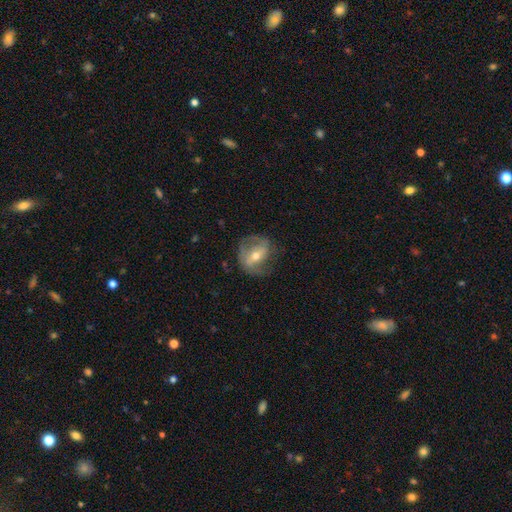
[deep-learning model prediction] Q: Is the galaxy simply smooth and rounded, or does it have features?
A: featured or disk — 64%.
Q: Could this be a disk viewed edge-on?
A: no — 94%.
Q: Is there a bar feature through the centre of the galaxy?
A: weak — 36%.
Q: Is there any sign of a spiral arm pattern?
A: yes — 68%.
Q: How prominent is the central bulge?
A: moderate — 63%.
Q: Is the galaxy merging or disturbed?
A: none — 60%.